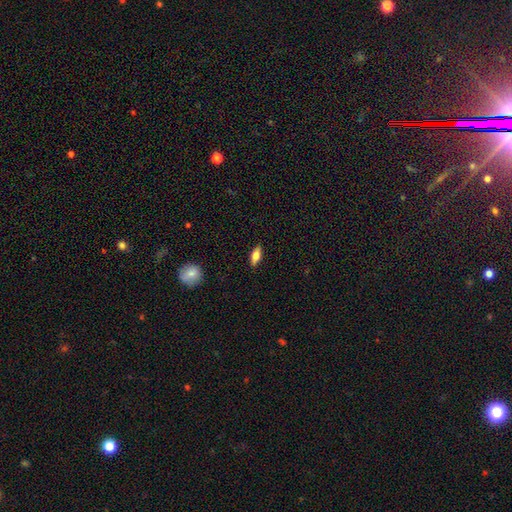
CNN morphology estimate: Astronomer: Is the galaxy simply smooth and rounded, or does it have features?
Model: smooth — 65%.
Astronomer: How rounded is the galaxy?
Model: in between — 73%.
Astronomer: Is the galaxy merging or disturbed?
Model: none — 88%.